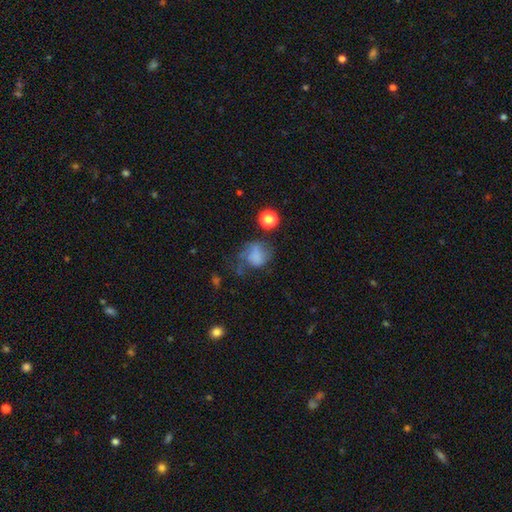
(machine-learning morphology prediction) Smooth or featured? smooth (64%)
How rounded? round (60%)
Merging? none (35%)